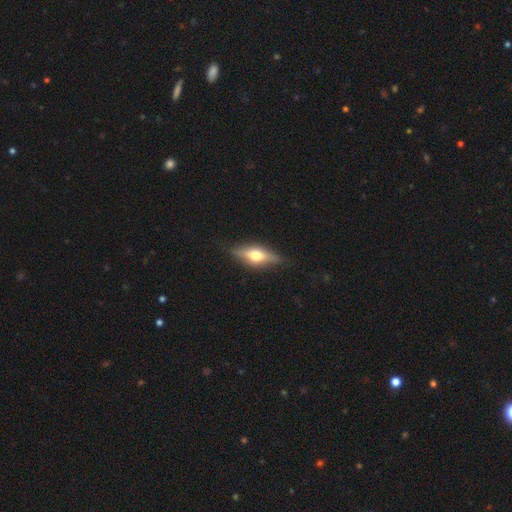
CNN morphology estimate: type=featured or disk (51%); edge-on=yes (88%); merging=none (83%).